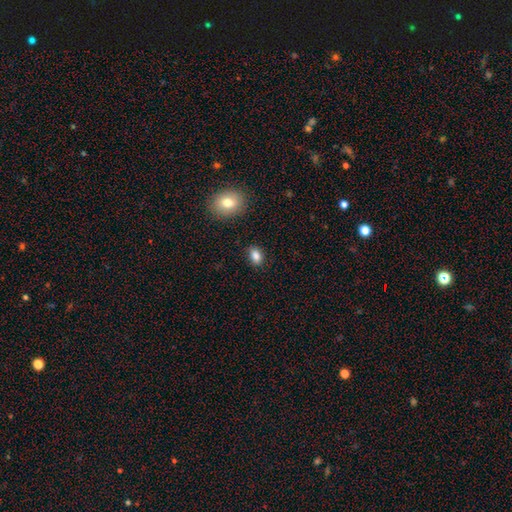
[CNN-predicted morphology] Smooth or featured? Predicted: smooth (p=0.84). How rounded? Predicted: in between (p=0.78). Merging? Predicted: none (p=0.84).